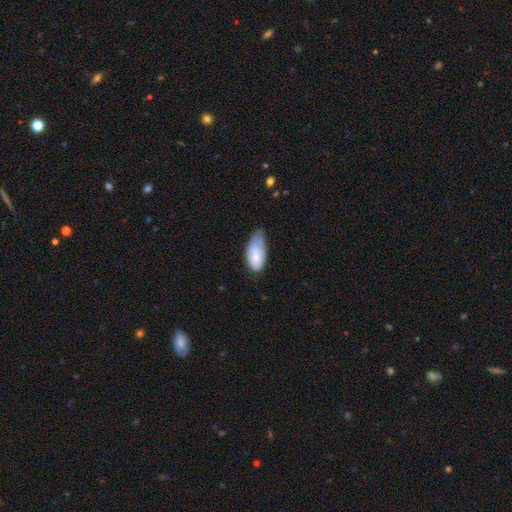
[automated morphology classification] smooth 78%, featured or disk 16%, star or artifact 6%. Down the decision tree: how rounded — in between (91%); merging — minor disturbance (49%).